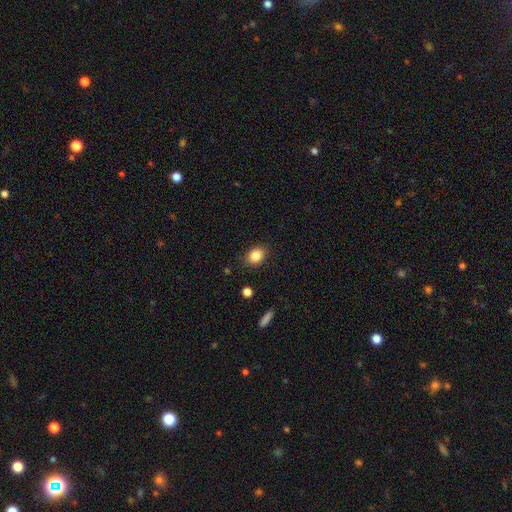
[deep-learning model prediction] smooth-or-featured: smooth: 84% | star or artifact: 10% | featured or disk: 6%
  how-rounded: in between: 57% | round: 42% | cigar-shaped: 1%
  merging: none: 85% | minor disturbance: 11% | major disturbance: 3% | merger: 1%